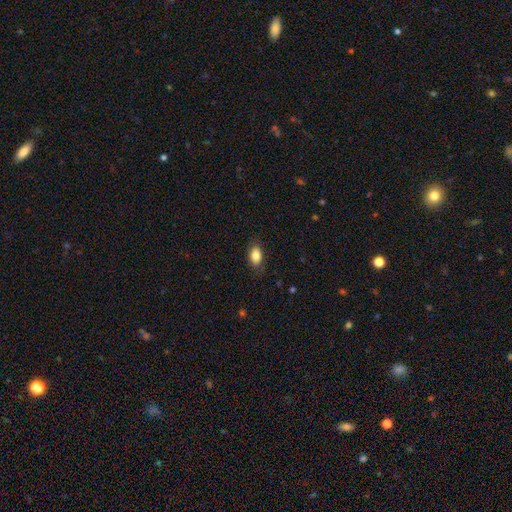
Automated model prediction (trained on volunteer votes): A smooth galaxy with no disk features (83%) that is in between round and cigar-shaped (90%).

Vote fractions:
- Smooth or featured? smooth: 83% / featured or disk: 9% / star or artifact: 7%
- How rounded? in between: 90% / round: 8% / cigar-shaped: 3%
- Merging? none: 83% / minor disturbance: 12% / major disturbance: 3% / merger: 1%